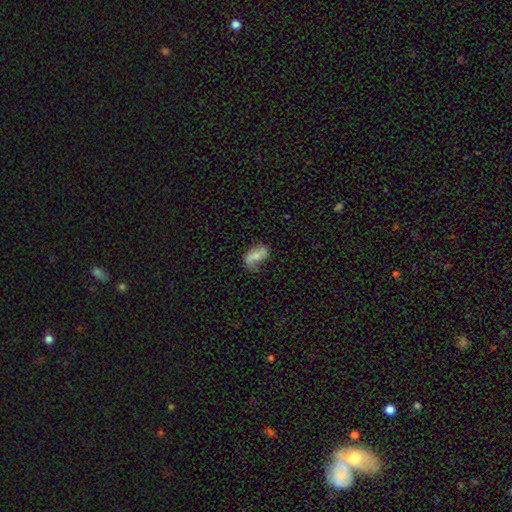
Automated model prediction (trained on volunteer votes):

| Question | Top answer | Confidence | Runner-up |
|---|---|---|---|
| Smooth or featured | smooth | 59% | featured or disk (33%) |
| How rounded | in between | 90% | round (6%) |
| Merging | none | 50% | minor disturbance (32%) |